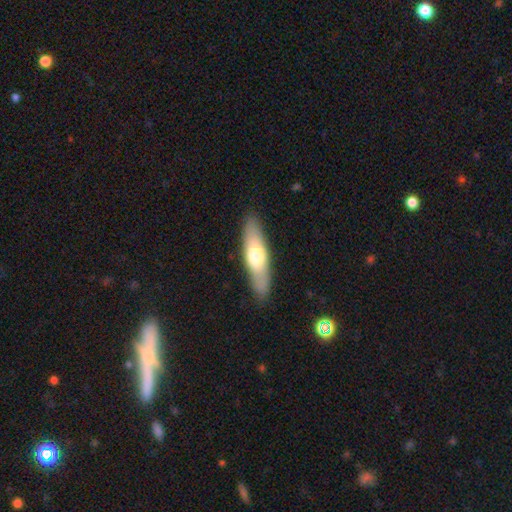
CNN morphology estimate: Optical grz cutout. It shows a smooth galaxy with no disk features (60%) that is cigar-shaped (61%). Merging: none (87%).